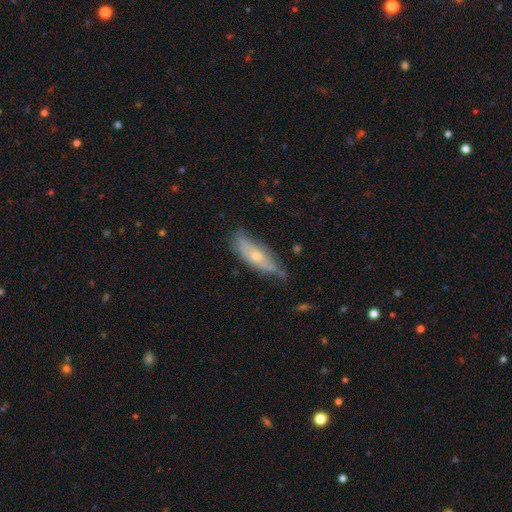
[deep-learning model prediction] Smooth or featured? featured or disk (48%)
Merging? none (51%)